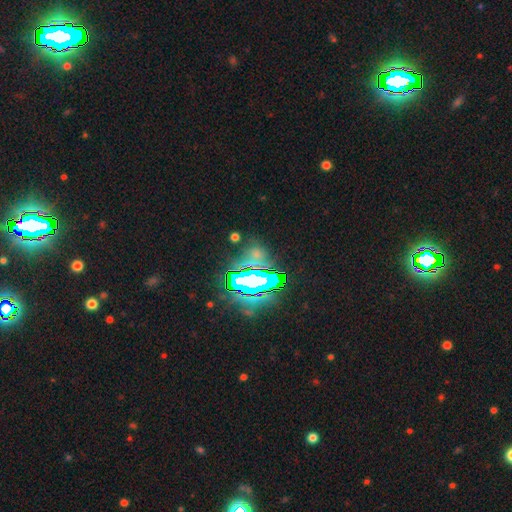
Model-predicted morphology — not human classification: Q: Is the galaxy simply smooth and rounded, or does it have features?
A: star or artifact — 69%.